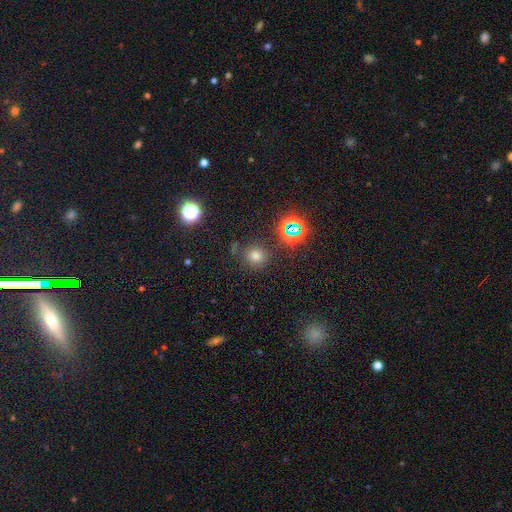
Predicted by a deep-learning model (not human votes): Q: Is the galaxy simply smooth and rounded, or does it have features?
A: smooth — 65%.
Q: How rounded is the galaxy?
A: round — 91%.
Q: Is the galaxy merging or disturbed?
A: none — 81%.